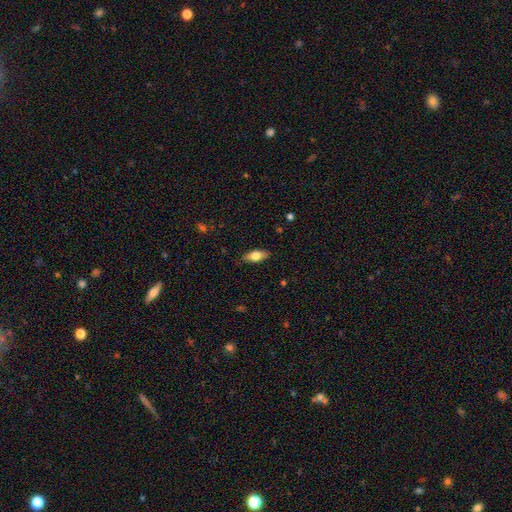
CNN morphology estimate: Smooth or featured?
  - smooth: 71% *
  - featured or disk: 23%
  - star or artifact: 6%
How rounded?
  - in between: 79% *
  - cigar-shaped: 18%
  - round: 3%
Merging?
  - none: 86% *
  - minor disturbance: 11%
  - major disturbance: 2%
  - merger: 1%